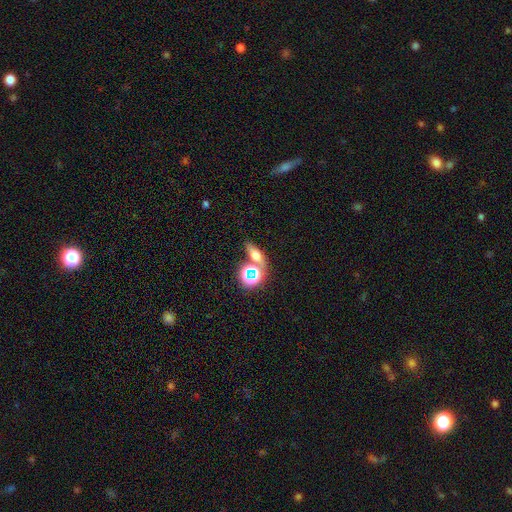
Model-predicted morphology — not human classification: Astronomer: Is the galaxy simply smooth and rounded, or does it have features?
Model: smooth — 48% (runner-up: star or artifact, 27%).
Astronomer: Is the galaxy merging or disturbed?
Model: none — 61%.